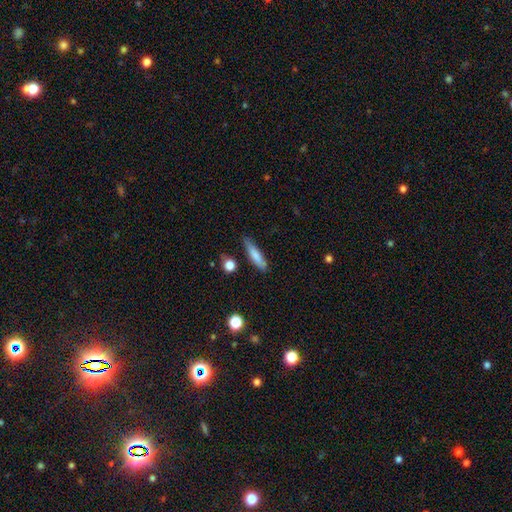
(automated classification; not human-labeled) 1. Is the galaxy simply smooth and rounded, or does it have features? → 76% smooth, 17% featured or disk, 7% star or artifact.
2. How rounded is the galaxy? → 82% cigar-shaped, 16% in between, 2% round.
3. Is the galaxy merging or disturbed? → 79% none, 15% minor disturbance, 3% merger, 3% major disturbance.